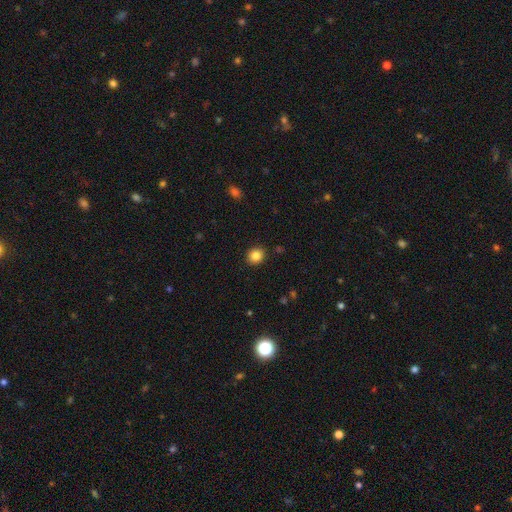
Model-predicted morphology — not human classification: type=smooth (84%); roundness=round (70%); merging=none (89%).